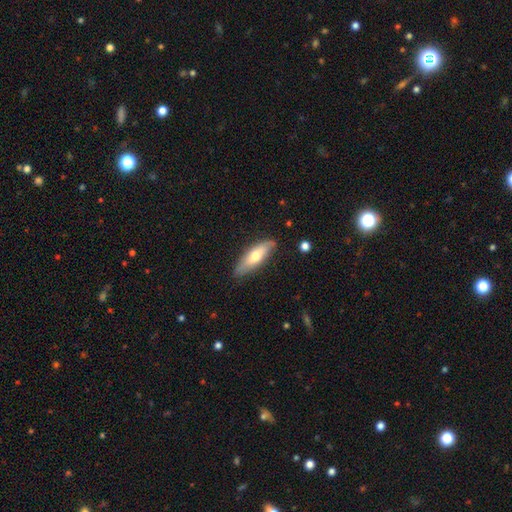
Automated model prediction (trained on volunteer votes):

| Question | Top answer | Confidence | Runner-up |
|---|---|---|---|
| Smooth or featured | smooth | 59% | featured or disk (36%) |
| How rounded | in between | 51% | cigar-shaped (47%) |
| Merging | none | 79% | minor disturbance (16%) |